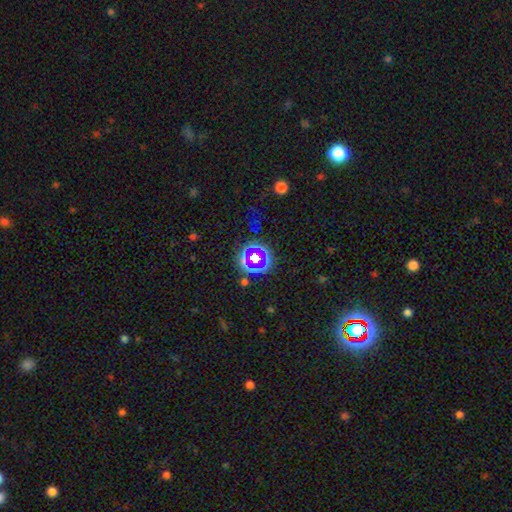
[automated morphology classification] Smooth or featured: star or artifact — 49% (smooth — 33%)